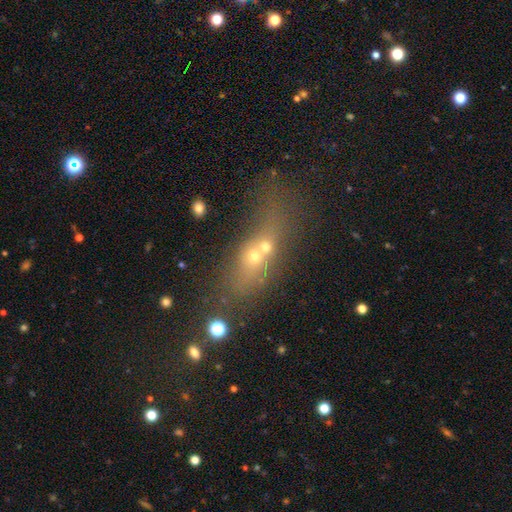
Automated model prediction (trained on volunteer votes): Morphology: type=smooth (48%); merging=merger (55%).